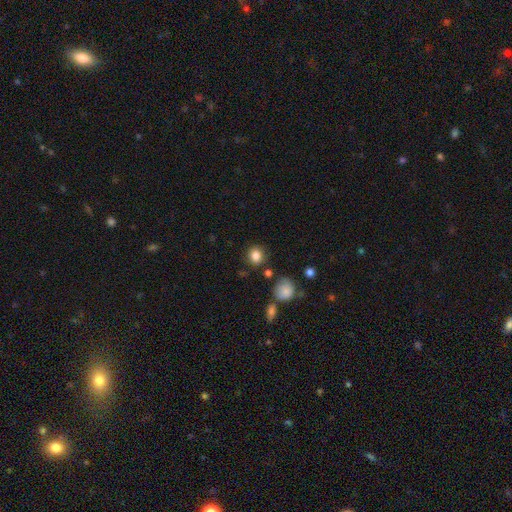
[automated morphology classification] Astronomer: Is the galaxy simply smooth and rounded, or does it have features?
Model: smooth — 84%.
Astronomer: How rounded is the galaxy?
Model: round — 78%.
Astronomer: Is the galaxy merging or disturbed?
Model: none — 83%.